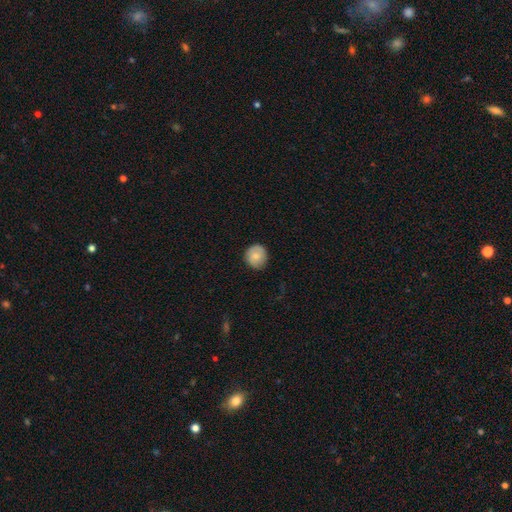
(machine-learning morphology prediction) Smooth or featured: smooth — 78% (featured or disk — 15%)
How rounded: round — 88% (in between — 11%)
Merging: none — 83% (minor disturbance — 14%)